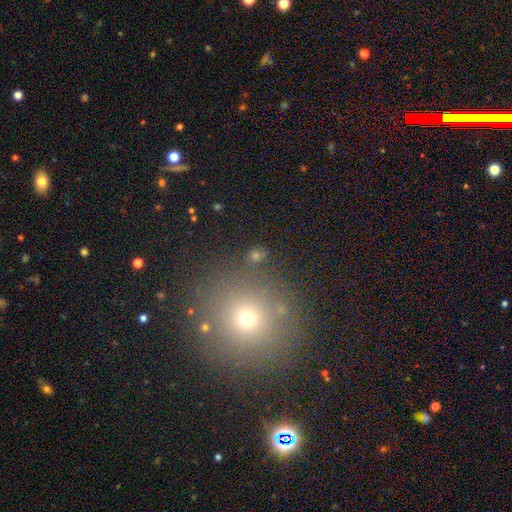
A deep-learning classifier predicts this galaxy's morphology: Overall: smooth (62%; star or artifact 26%). How rounded: round (62%; in between 35%). Merging: none (75%).